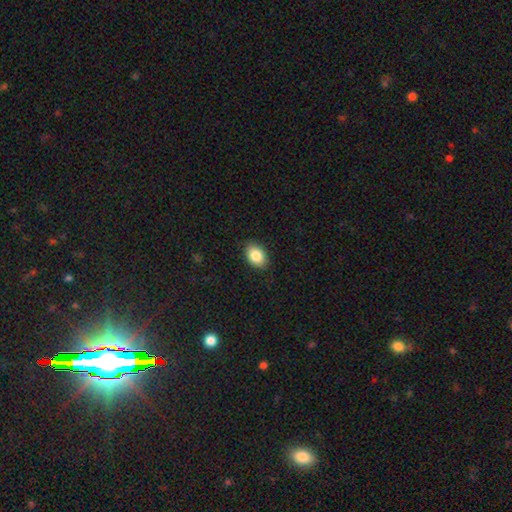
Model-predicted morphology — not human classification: A smooth galaxy with no disk features (85%) that is in between round and cigar-shaped (83%). Merging: none (88%).